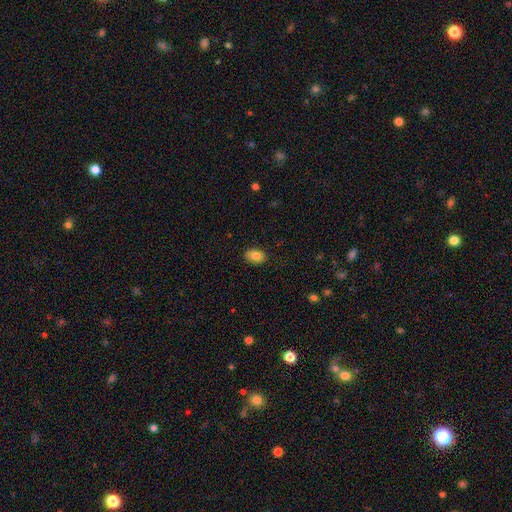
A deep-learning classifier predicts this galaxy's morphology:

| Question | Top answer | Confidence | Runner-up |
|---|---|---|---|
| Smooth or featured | smooth | 86% | star or artifact (8%) |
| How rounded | in between | 85% | round (14%) |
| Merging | none | 86% | minor disturbance (11%) |